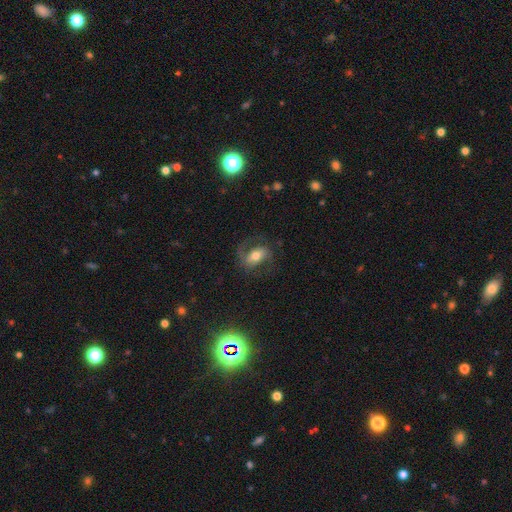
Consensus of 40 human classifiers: A smooth galaxy with no disk features (50%) that is in between round and cigar-shaped (95%). Merging: none (46%).